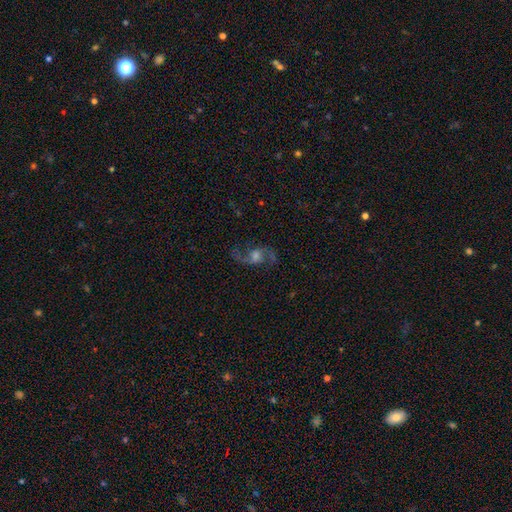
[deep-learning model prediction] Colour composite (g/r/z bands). It shows a featured or disk galaxy (82%) with no bar (49%), 2 (92%) loose (66%) spiral arms (95%) and a moderate central bulge (45%). Merging: none (76%).